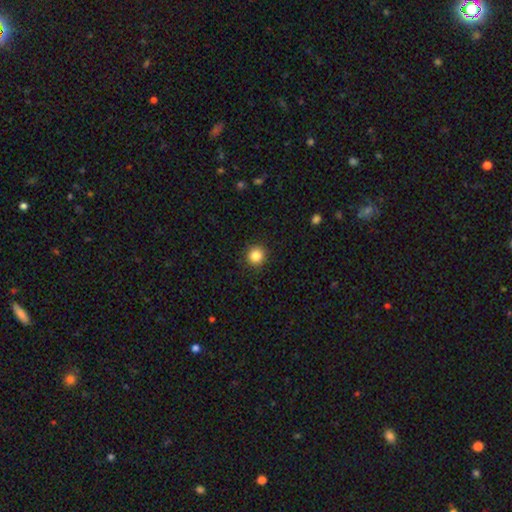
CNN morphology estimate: smooth 85%, star or artifact 11%, featured or disk 4%. Down the decision tree: how rounded — round (93%); merging — none (92%).